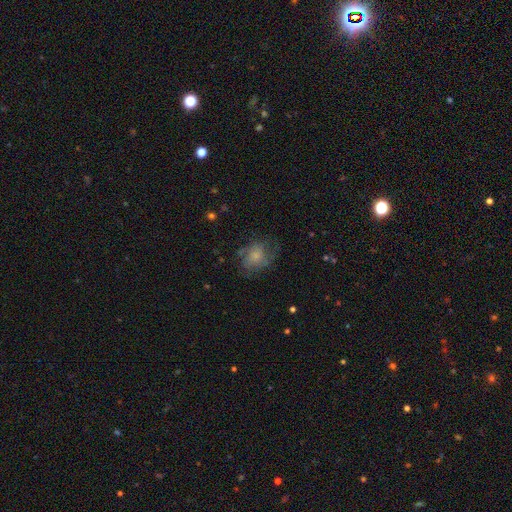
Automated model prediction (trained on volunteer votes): Morphology: type=smooth (61%); roundness=in between (59%); merging=none (52%).